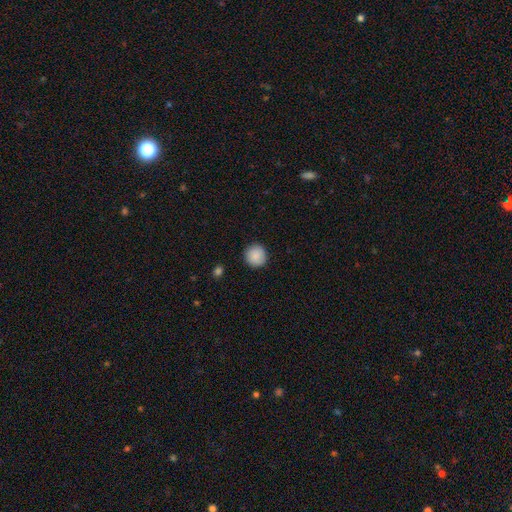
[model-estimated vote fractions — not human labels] Smooth or featured: smooth — 89% (star or artifact — 7%)
How rounded: round — 94% (in between — 5%)
Merging: none — 91% (minor disturbance — 7%)